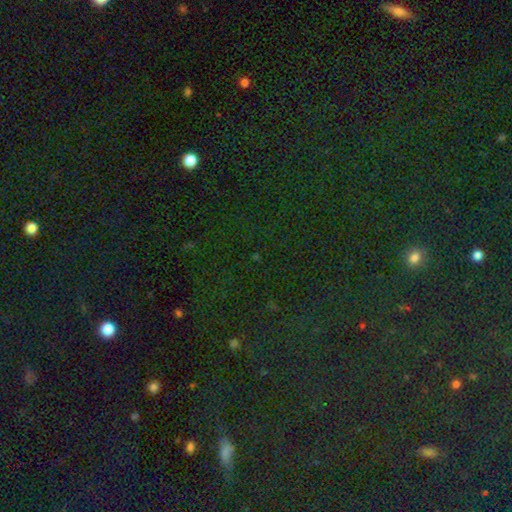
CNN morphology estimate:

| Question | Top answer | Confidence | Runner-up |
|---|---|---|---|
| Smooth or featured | star or artifact | 78% | smooth (14%) |